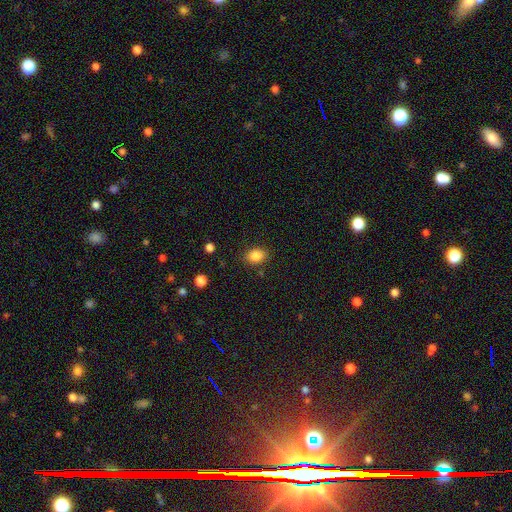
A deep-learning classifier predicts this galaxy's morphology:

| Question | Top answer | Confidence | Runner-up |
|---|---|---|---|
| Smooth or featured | smooth | 86% | star or artifact (9%) |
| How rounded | in between | 71% | round (27%) |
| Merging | none | 83% | minor disturbance (12%) |